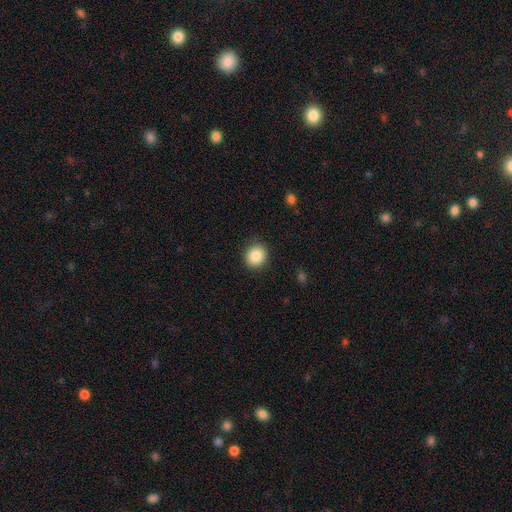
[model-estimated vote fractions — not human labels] Q: Smooth or featured?
A: smooth (87%); runner-up: star or artifact (8%)
Q: How rounded?
A: round (82%); runner-up: in between (18%)
Q: Merging?
A: none (89%); runner-up: minor disturbance (7%)